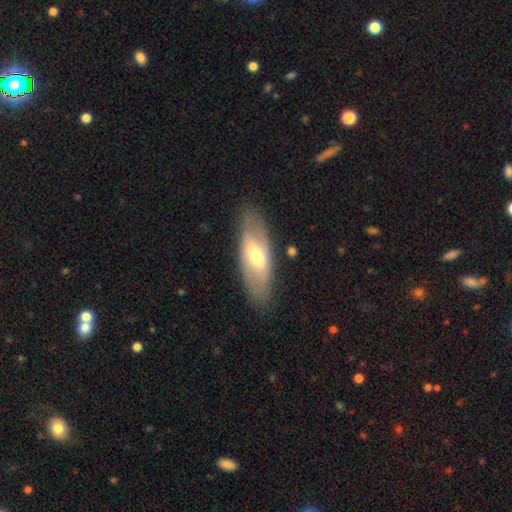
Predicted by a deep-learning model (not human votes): This is possibly a smooth galaxy (48%). Merging: clearly none (83%).